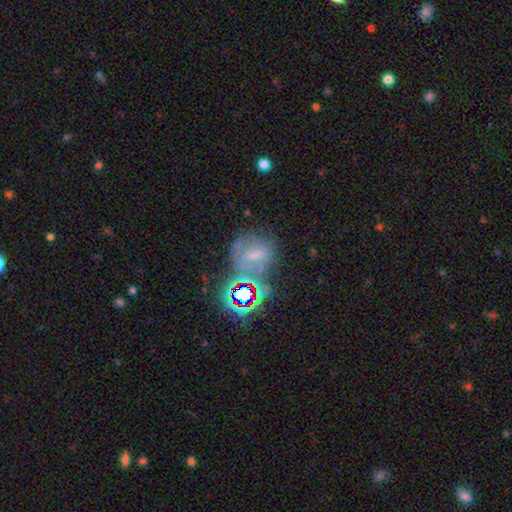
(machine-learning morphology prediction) smooth_or_featured: star or artifact (p=0.35) [alt: smooth p=0.34]